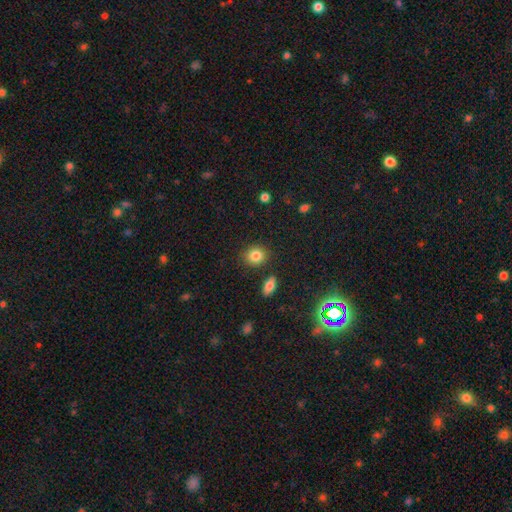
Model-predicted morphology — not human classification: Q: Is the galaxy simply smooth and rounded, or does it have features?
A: smooth — 84%.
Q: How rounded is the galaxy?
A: round — 72%.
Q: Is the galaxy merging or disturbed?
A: none — 85%.